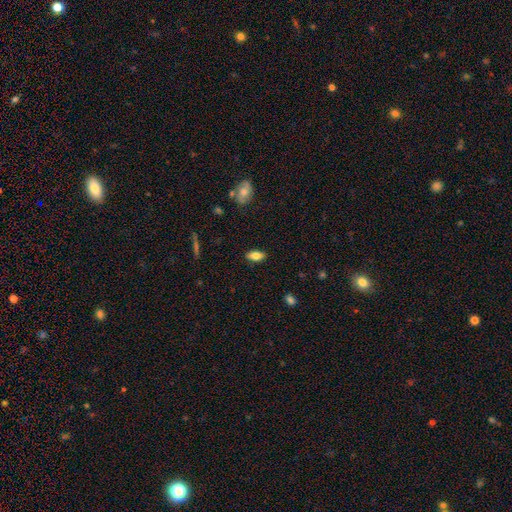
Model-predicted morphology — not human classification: smooth-or-featured: smooth: 77% | featured or disk: 16% | star or artifact: 8%
  how-rounded: in between: 86% | cigar-shaped: 11% | round: 3%
  merging: none: 87% | minor disturbance: 9% | major disturbance: 2% | merger: 1%